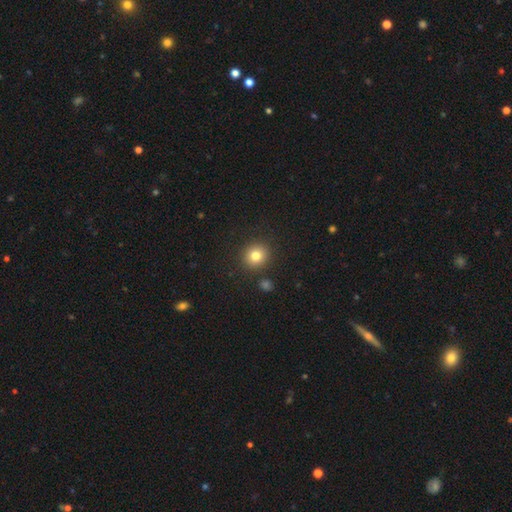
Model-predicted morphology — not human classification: Smooth or featured? Predicted: smooth (p=0.81). How rounded? Predicted: round (p=0.86). Merging? Predicted: none (p=0.88).